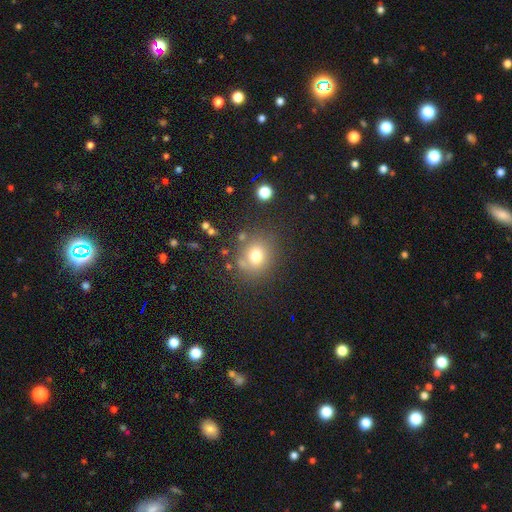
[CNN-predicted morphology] The model was most divided on "how rounded": round: 74%, in between: 25%, cigar-shaped: 1%. More confident: merging — none (75%); smooth or featured — smooth (74%).